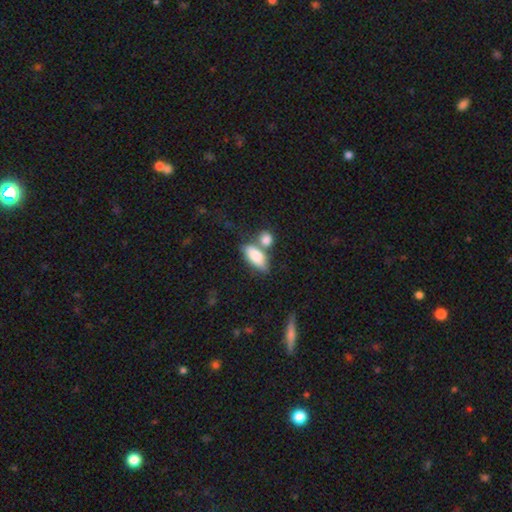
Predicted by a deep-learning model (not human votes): Smooth or featured? smooth (79%)
How rounded? in between (83%)
Merging? merger (40%)